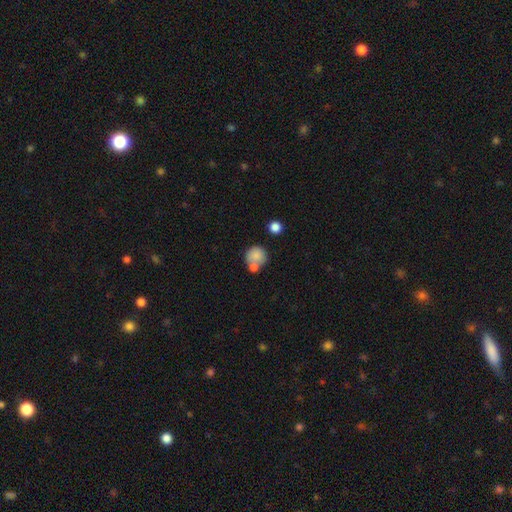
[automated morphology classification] smooth 81%, featured or disk 10%, star or artifact 9%. Down the decision tree: how rounded — round (89%); merging — none (53%).